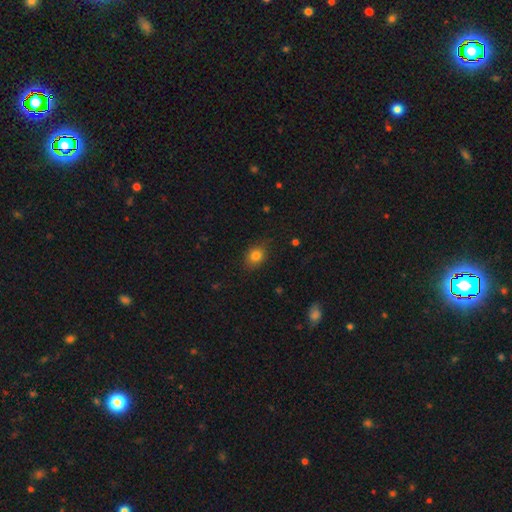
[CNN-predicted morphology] This appears to be a smooth galaxy with no disk features (81%) that is in between round and cigar-shaped (56%). Merging: none (81%).